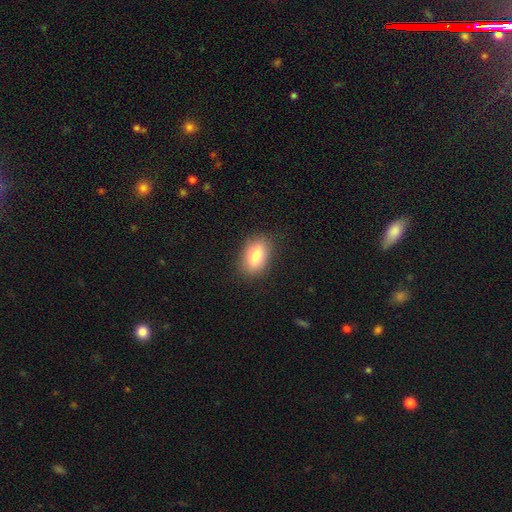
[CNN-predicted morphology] type=smooth (82%); roundness=in between (87%); merging=none (84%).